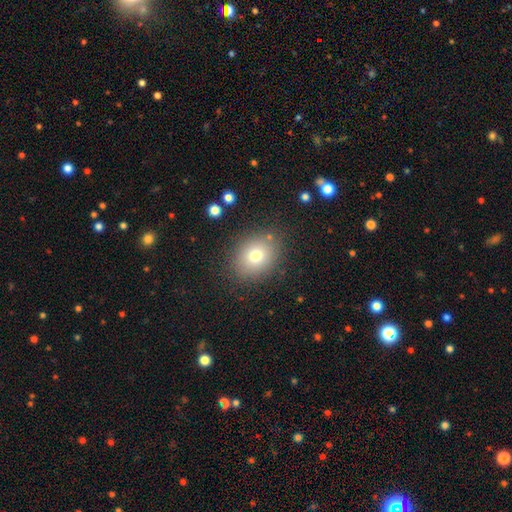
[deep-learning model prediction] smooth_or_featured: smooth (p=0.74) [alt: star or artifact p=0.13]
how_rounded: round (p=0.51) [alt: in between p=0.48]
merging: none (p=0.84) [alt: minor disturbance p=0.10]